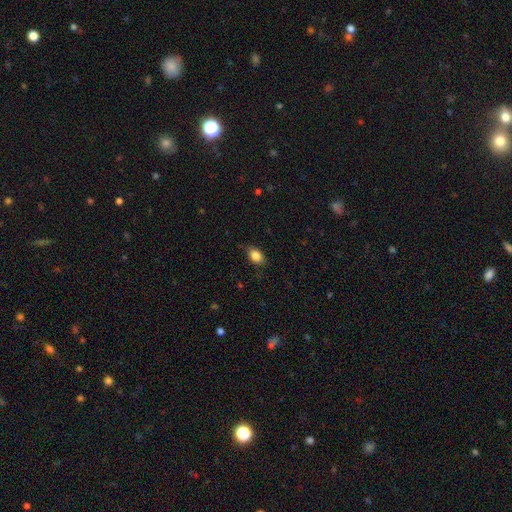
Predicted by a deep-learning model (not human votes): This appears to be a smooth galaxy with no disk features (86%) that is in between round and cigar-shaped (82%). Merging: none (79%).